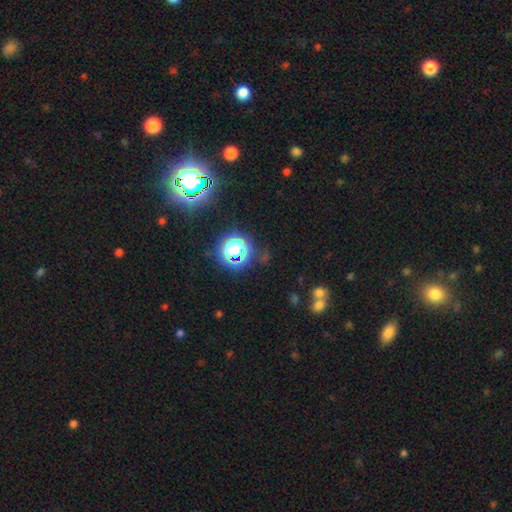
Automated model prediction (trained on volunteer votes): A star or artifact, not a galaxy (70%).

Vote fractions:
- Smooth or featured? star or artifact: 70% / smooth: 22% / featured or disk: 8%